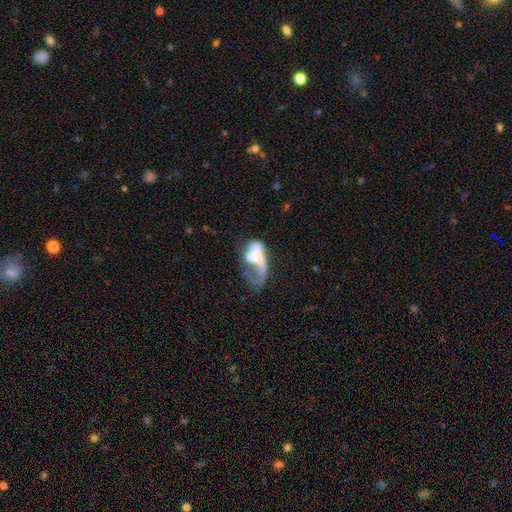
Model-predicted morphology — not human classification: featured or disk 59%, smooth 31%, star or artifact 9%. Down the decision tree: edge-on disk — no (94%); bar — no (65%); spiral arms — no (59%); bulge size — moderate (31%); merging — major disturbance (52%).